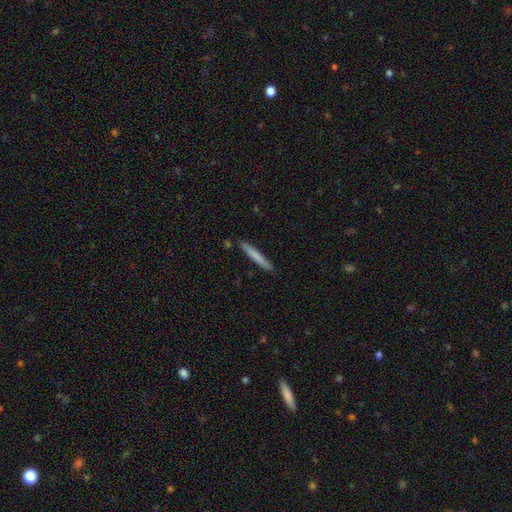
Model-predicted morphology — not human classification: Smooth or featured?
  - smooth: 71% *
  - featured or disk: 24%
  - star or artifact: 5%
How rounded?
  - cigar-shaped: 96% *
  - in between: 3%
  - round: 1%
Merging?
  - none: 89% *
  - minor disturbance: 8%
  - merger: 2%
  - major disturbance: 1%